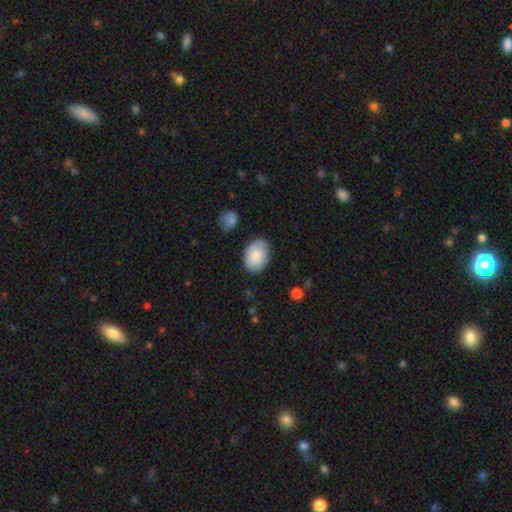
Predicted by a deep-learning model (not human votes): smooth 83%, featured or disk 11%, star or artifact 6%. Down the decision tree: how rounded — in between (80%); merging — none (80%).